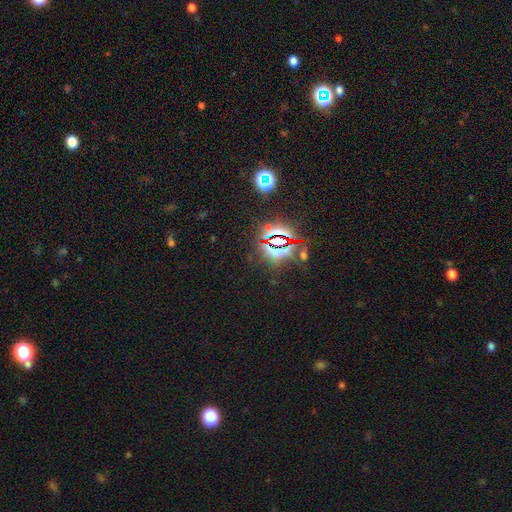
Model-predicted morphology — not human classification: Smooth or featured? Predicted: star or artifact (p=0.83).